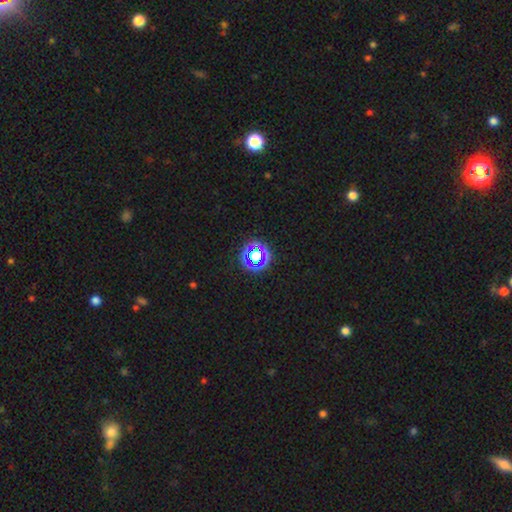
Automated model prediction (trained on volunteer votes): smooth_or_featured: star or artifact (p=0.63) [alt: smooth p=0.26]